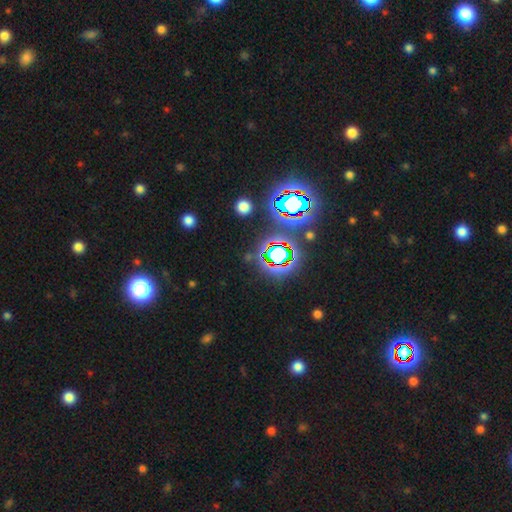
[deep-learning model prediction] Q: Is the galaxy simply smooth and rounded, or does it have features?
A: star or artifact — 79%.